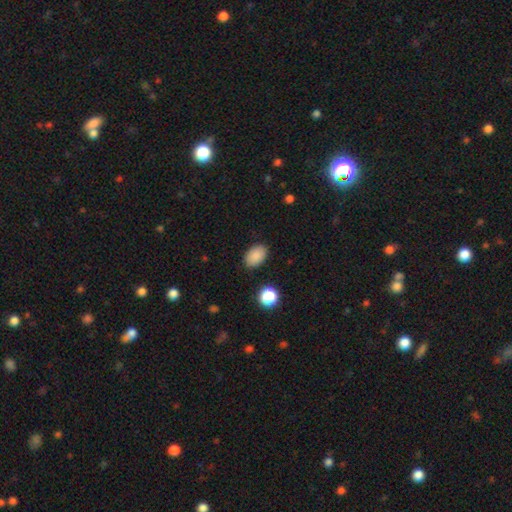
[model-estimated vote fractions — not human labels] Morphology: type=smooth (88%); roundness=in between (87%); merging=none (87%).